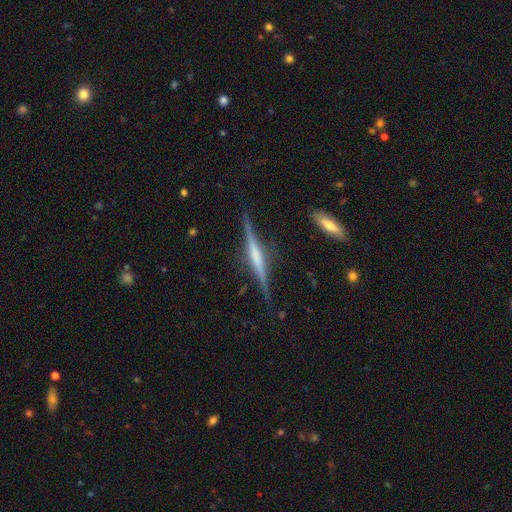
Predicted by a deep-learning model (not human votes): featured or disk 77%, smooth 16%, star or artifact 7%. Down the decision tree: edge-on disk — yes (98%); edge-on bulge — rounded (39%); merging — none (85%).